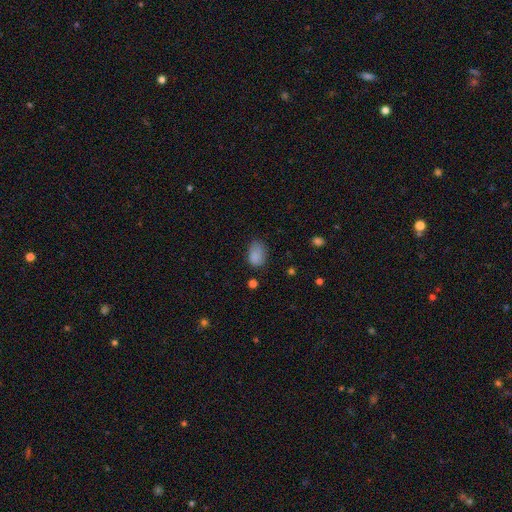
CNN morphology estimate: Smooth or featured? Predicted: smooth (p=0.83). How rounded? Predicted: in between (p=0.82). Merging? Predicted: none (p=0.59).